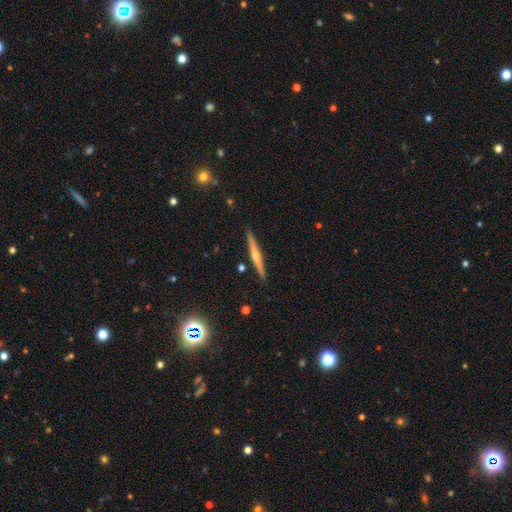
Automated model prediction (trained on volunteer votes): The model was most divided on "smooth or featured": featured or disk: 66%, smooth: 27%, star or artifact: 7%. More confident: edge-on disk — yes (98%); merging — none (90%); edge-on bulge — rounded (80%).